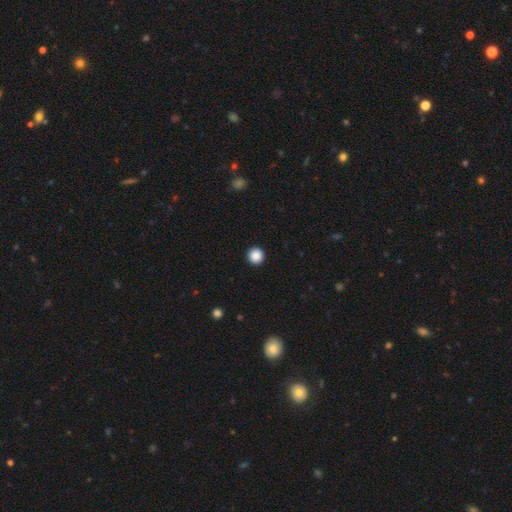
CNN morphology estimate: Smooth or featured?
  - smooth: 88% *
  - star or artifact: 9%
  - featured or disk: 3%
How rounded?
  - round: 96% *
  - in between: 3%
  - cigar-shaped: 1%
Merging?
  - none: 94% *
  - minor disturbance: 4%
  - major disturbance: 1%
  - merger: 1%